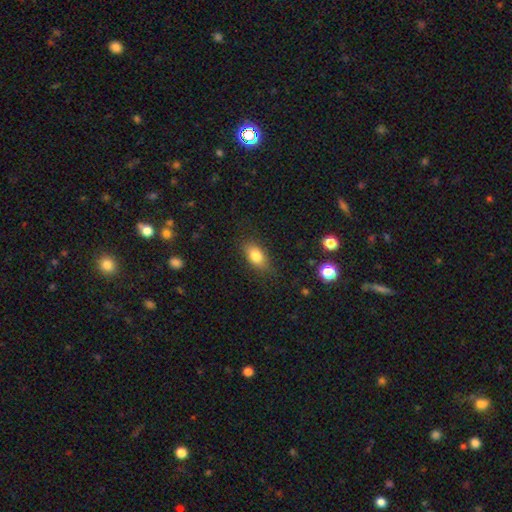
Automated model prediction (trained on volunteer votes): Smooth or featured?
  - smooth: 81% *
  - featured or disk: 11%
  - star or artifact: 9%
How rounded?
  - in between: 84% *
  - round: 10%
  - cigar-shaped: 6%
Merging?
  - none: 81% *
  - minor disturbance: 14%
  - major disturbance: 4%
  - merger: 1%